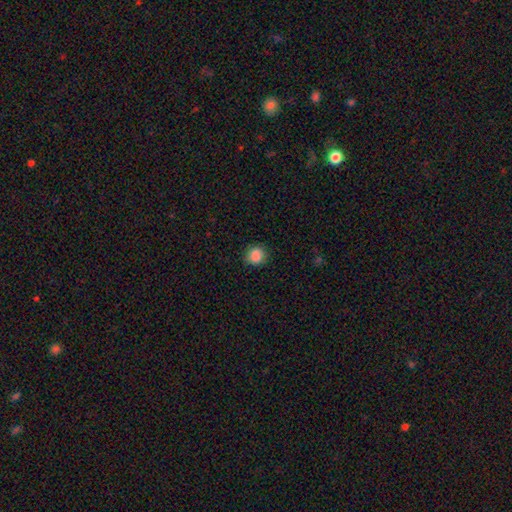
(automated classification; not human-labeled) The model was most divided on "how rounded": round: 82%, in between: 17%, cigar-shaped: 1%. More confident: smooth or featured — smooth (87%); merging — none (87%).